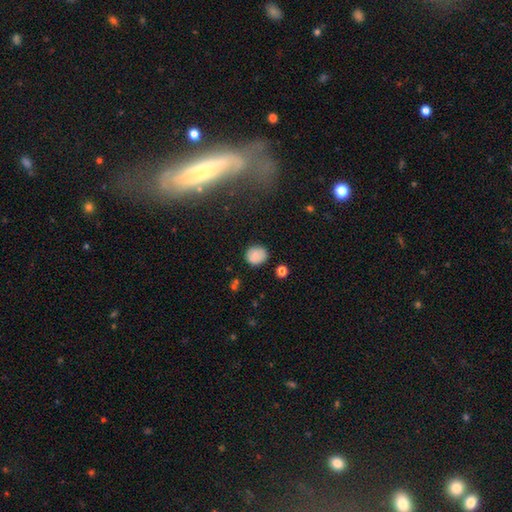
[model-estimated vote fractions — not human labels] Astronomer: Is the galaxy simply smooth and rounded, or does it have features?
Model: smooth — 82%.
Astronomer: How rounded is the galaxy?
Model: round — 78%.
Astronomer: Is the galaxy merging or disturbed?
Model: none — 80%.